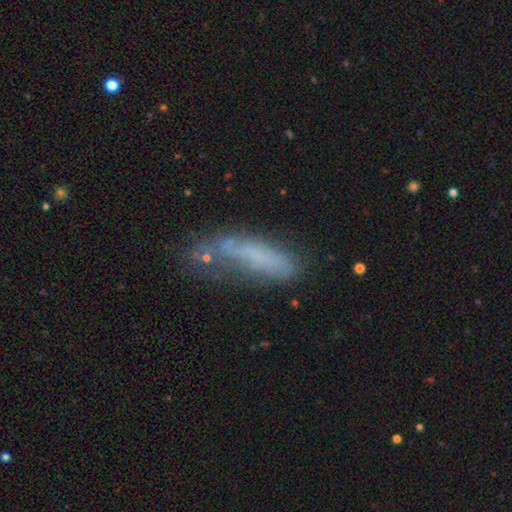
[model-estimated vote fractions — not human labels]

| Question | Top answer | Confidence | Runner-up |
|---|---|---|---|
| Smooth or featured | smooth | 56% | featured or disk (31%) |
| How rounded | cigar-shaped | 65% | in between (33%) |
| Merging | none | 40% | minor disturbance (26%) |